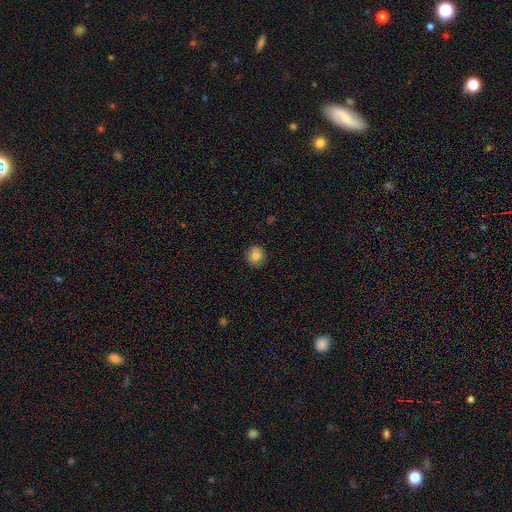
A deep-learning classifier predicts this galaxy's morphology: smooth 81%, star or artifact 10%, featured or disk 9%. Down the decision tree: how rounded — round (89%); merging — none (88%).